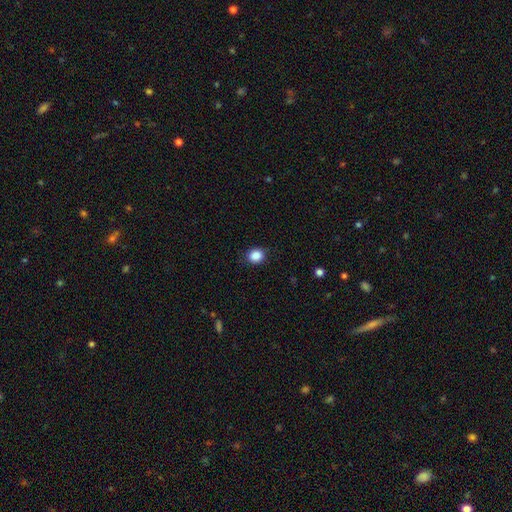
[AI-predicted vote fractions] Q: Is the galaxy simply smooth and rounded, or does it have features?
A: smooth — 88%.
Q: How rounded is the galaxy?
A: round — 71%.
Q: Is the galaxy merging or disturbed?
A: none — 87%.